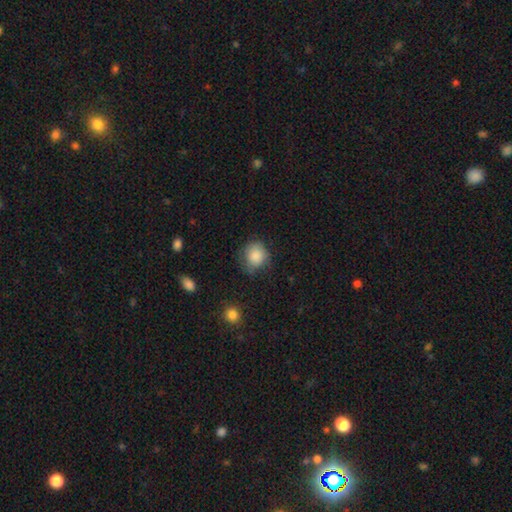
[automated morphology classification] This is clearly a smooth galaxy (85%). How rounded: likely round (77%). Merging: likely none (62%).